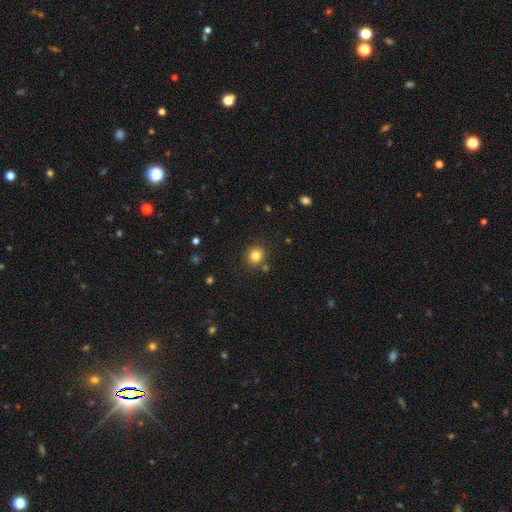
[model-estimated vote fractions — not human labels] Smooth or featured? Predicted: smooth (p=0.82). How rounded? Predicted: round (p=0.91). Merging? Predicted: none (p=0.86).